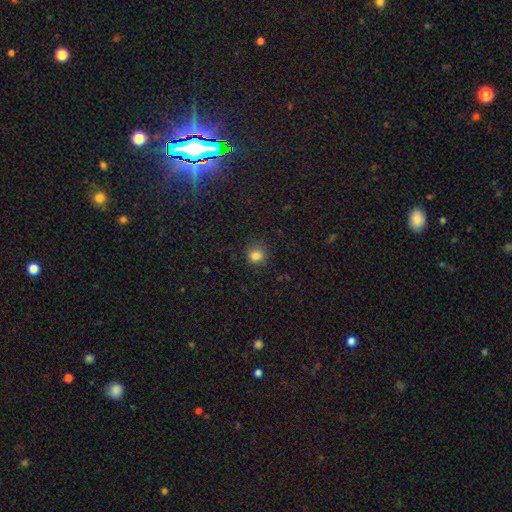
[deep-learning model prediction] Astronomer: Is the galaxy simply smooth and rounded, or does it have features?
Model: smooth — 82%.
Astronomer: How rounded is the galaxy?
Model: round — 86%.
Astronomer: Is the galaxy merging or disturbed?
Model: none — 87%.